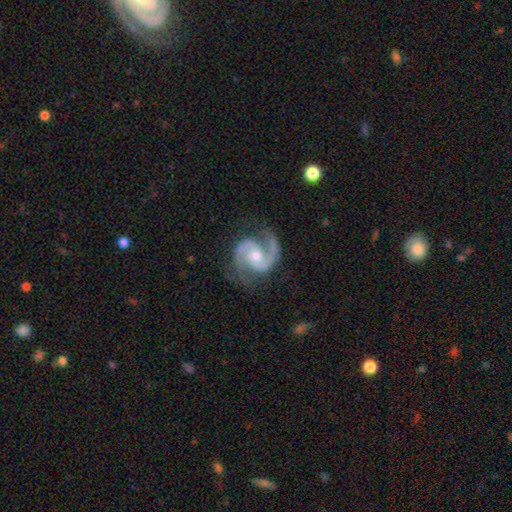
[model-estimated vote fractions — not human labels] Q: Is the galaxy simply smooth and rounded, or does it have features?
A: featured or disk — 92%.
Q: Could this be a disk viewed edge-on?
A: no — 98%.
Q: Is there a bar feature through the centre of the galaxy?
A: no — 57%.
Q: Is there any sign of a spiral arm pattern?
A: yes — 98%.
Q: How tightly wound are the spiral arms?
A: medium — 60%.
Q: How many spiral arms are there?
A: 2 — 90%.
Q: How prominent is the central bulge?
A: moderate — 54%.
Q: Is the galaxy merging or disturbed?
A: none — 73%.